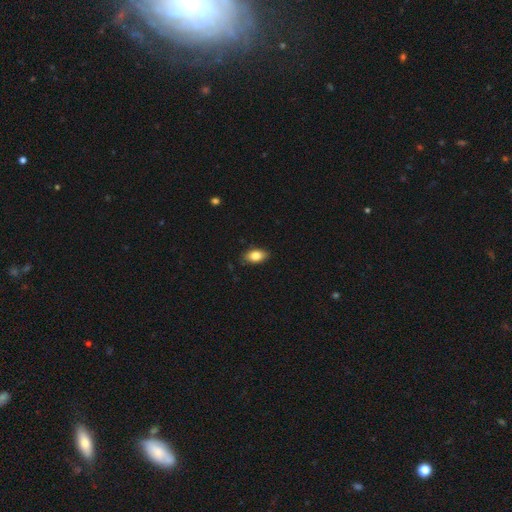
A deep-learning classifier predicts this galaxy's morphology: Smooth or featured? smooth (83%)
How rounded? in between (90%)
Merging? none (86%)